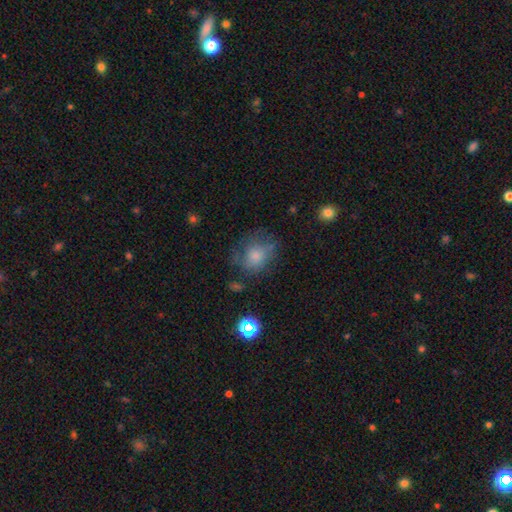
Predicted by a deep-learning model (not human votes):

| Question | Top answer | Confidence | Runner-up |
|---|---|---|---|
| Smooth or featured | smooth | 58% | featured or disk (28%) |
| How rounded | round | 61% | in between (38%) |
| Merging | none | 59% | minor disturbance (23%) |